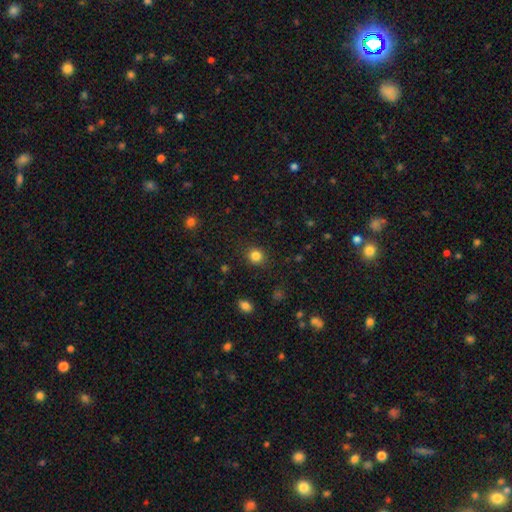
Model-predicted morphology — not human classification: Smooth or featured? smooth (83%)
How rounded? round (84%)
Merging? none (89%)